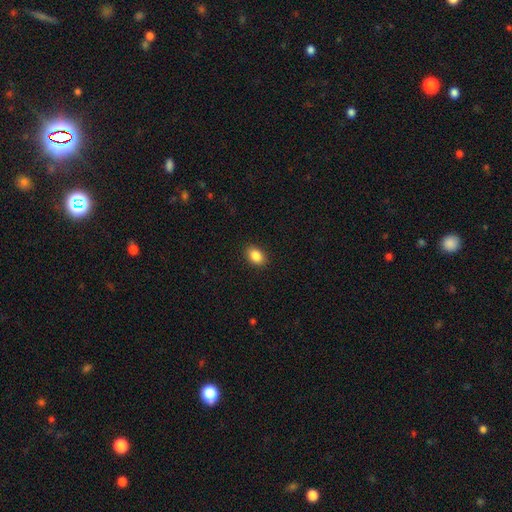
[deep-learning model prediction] The model was most divided on "how rounded": in between: 78%, round: 21%, cigar-shaped: 1%. More confident: merging — none (89%); smooth or featured — smooth (87%).